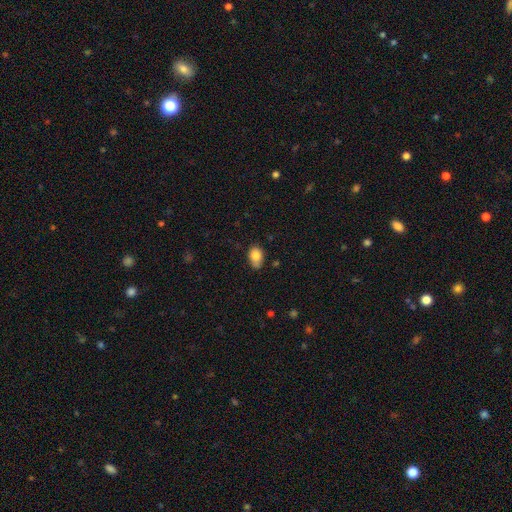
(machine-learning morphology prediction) Smooth or featured: smooth — 83% (featured or disk — 9%)
How rounded: in between — 84% (round — 15%)
Merging: none — 60% (minor disturbance — 31%)